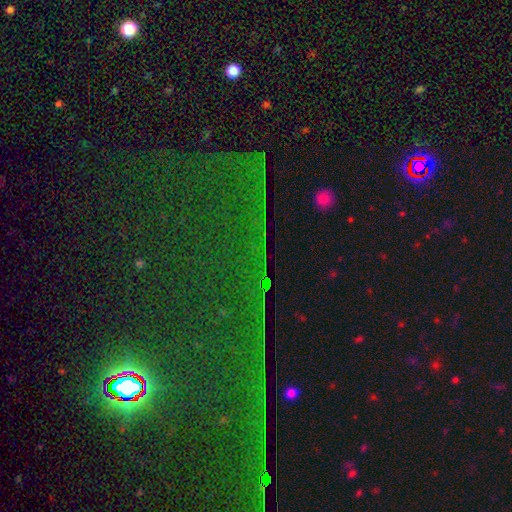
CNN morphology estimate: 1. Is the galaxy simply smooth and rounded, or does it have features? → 84% star or artifact, 9% smooth, 7% featured or disk.